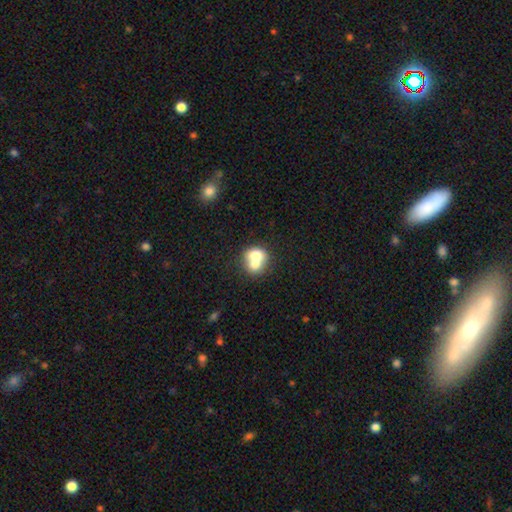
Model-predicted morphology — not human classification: A smooth galaxy with no disk features (67%) that is round (66%).

Vote fractions:
- Smooth or featured? smooth: 67% / featured or disk: 25% / star or artifact: 9%
- How rounded? round: 66% / in between: 33% / cigar-shaped: 1%
- Merging? merger: 69% / none: 23% / minor disturbance: 6% / major disturbance: 3%